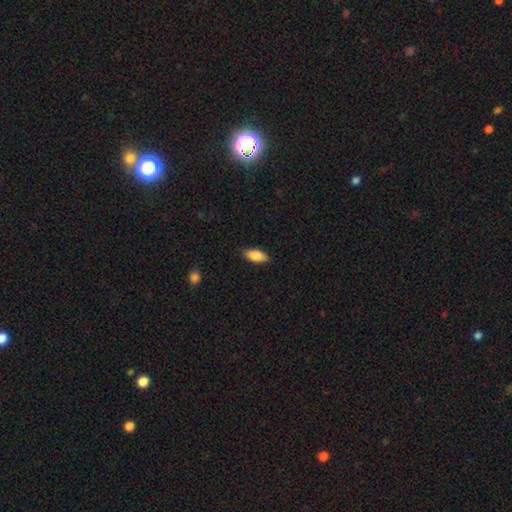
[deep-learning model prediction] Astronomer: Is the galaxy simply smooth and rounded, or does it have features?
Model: smooth — 86%.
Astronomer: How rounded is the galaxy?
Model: in between — 87%.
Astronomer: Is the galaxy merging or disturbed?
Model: none — 85%.